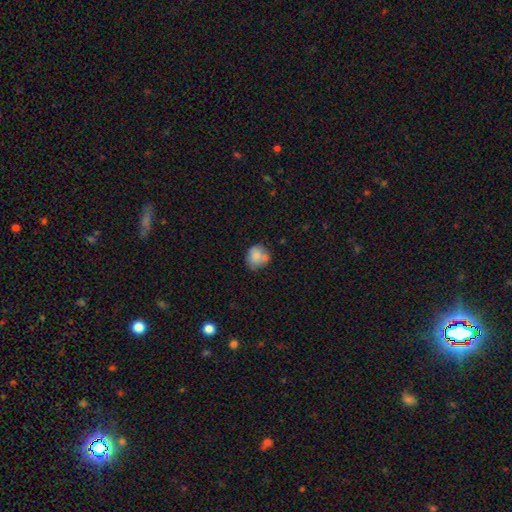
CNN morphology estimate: Smooth or featured? Predicted: smooth (p=0.77). How rounded? Predicted: round (p=0.69). Merging? Predicted: none (p=0.53).